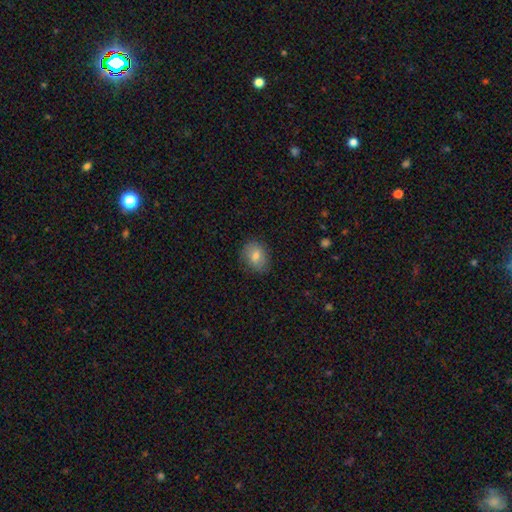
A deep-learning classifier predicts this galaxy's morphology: This is likely a smooth galaxy (78%). How rounded: possibly in between (55%). Merging: likely none (80%).